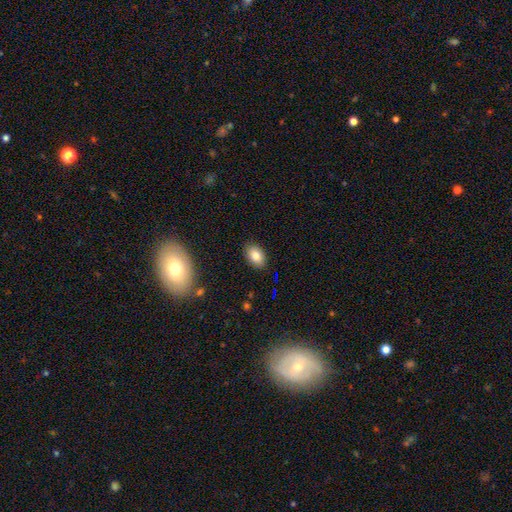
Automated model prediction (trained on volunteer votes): Smooth or featured: smooth — 82% (star or artifact — 9%)
How rounded: in between — 87% (round — 11%)
Merging: none — 87% (minor disturbance — 9%)